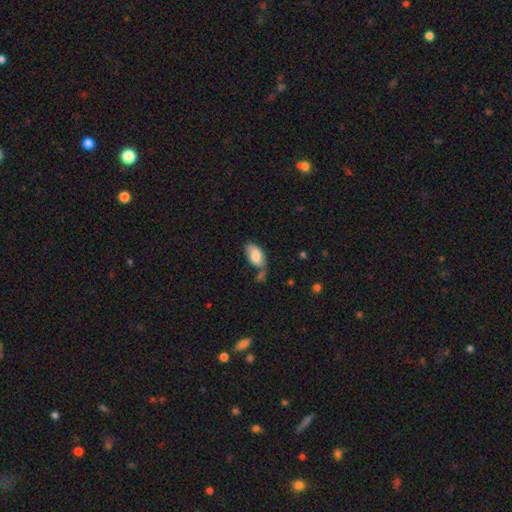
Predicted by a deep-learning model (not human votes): A smooth galaxy with no disk features (76%) that is in between round and cigar-shaped (94%).

Vote fractions:
- Smooth or featured? smooth: 76% / featured or disk: 18% / star or artifact: 6%
- How rounded? in between: 94% / round: 3% / cigar-shaped: 2%
- Merging? none: 49% / minor disturbance: 26% / merger: 15% / major disturbance: 10%